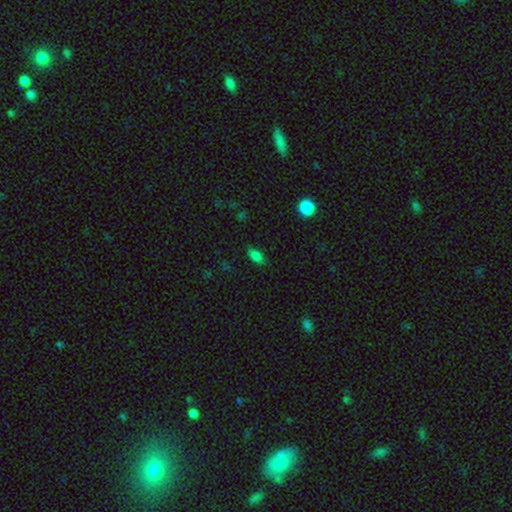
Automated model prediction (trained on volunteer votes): A smooth galaxy with no disk features (81%) that is in between round and cigar-shaped (87%). Merging: none (80%).